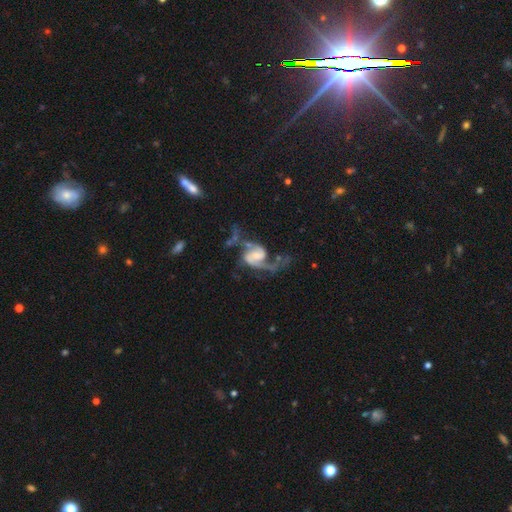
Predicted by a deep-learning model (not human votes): Smooth or featured?
  - featured or disk: 88% *
  - smooth: 6%
  - star or artifact: 6%
Edge-on disk?
  - no: 98% *
  - yes: 2%
Bar?
  - no: 44% *
  - weak: 43%
  - strong: 13%
Spiral arms?
  - yes: 96% *
  - no: 4%
Spiral winding?
  - loose: 47% *
  - medium: 42%
  - tight: 11%
Spiral arm count?
  - 2: 87% *
  - 1: 6%
  - can't tell: 3%
  - 3: 2%
  - 4: 1%
  - more than 4: 1%
Bulge size?
  - small: 43% *
  - moderate: 39%
  - large: 8%
  - none: 8%
  - dominant: 2%
Merging?
  - none: 43% *
  - major disturbance: 31%
  - minor disturbance: 17%
  - merger: 8%